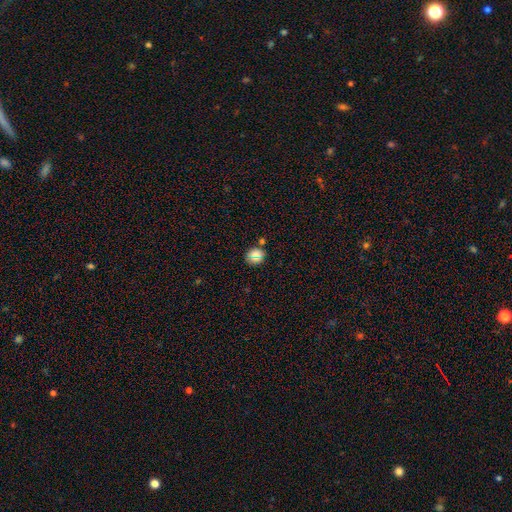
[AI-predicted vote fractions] This appears to be a smooth galaxy with no disk features (72%) that is round (76%). Merging: none (84%).